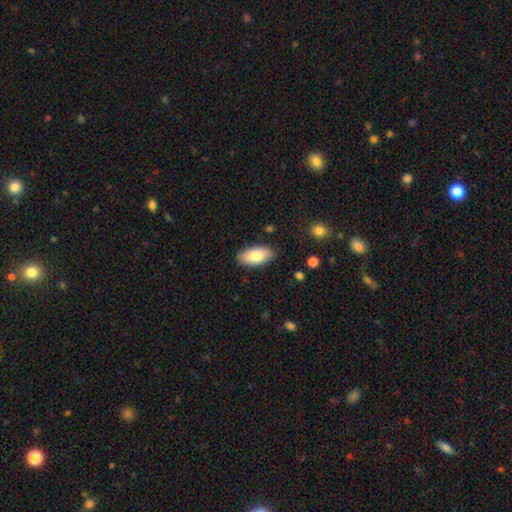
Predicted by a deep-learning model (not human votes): The model was most divided on "smooth or featured": smooth: 81%, featured or disk: 13%, star or artifact: 6%. More confident: how rounded — in between (93%); merging — none (85%).